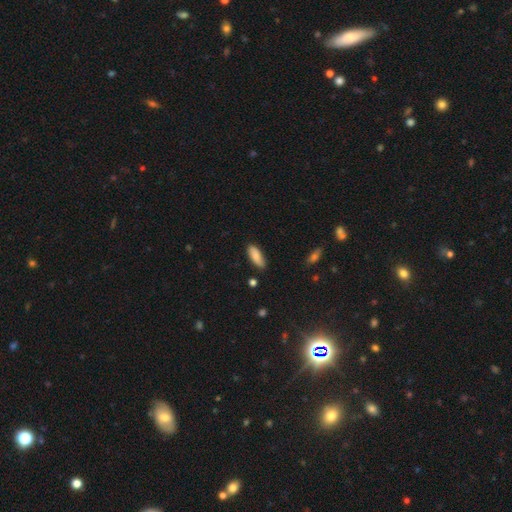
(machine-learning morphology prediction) A smooth galaxy with no disk features (85%) that is in between round and cigar-shaped (73%). Merging: none (81%).